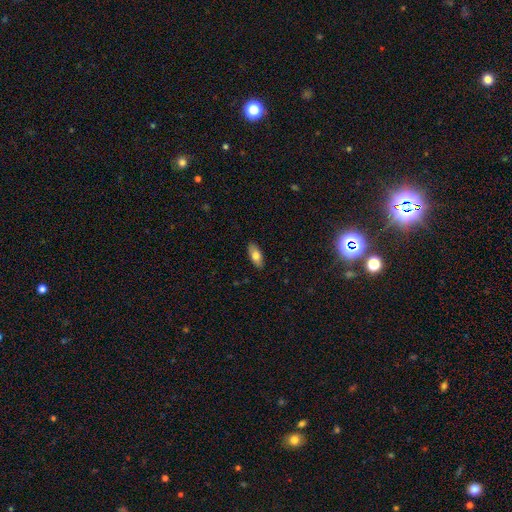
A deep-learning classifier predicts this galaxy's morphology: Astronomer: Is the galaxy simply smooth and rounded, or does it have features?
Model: smooth — 77%.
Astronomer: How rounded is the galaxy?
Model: in between — 84%.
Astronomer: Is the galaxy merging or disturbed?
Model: none — 87%.